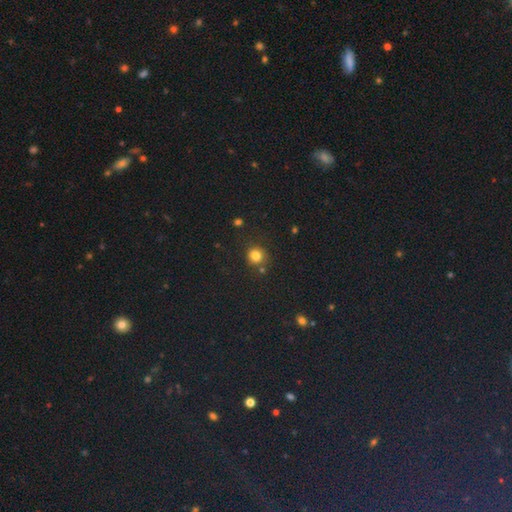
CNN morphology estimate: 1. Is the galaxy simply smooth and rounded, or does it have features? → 80% smooth, 15% star or artifact, 6% featured or disk.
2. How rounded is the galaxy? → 90% round, 9% in between, 1% cigar-shaped.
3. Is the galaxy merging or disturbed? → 78% none, 10% minor disturbance, 8% merger, 4% major disturbance.